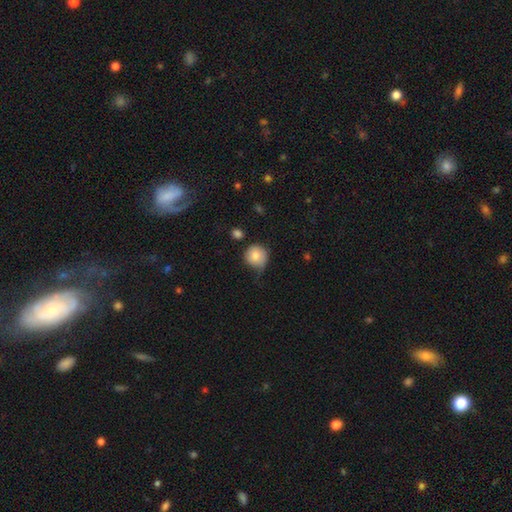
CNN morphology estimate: The model was most divided on "merging": none: 50%, minor disturbance: 34%, major disturbance: 12%, merger: 4%. More confident: how rounded — round (92%); smooth or featured — smooth (80%).